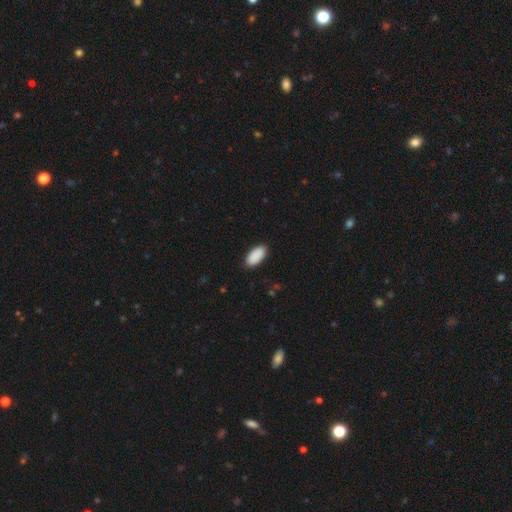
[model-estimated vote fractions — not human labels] A smooth galaxy with no disk features (91%) that is in between round and cigar-shaped (95%).

Vote fractions:
- Smooth or featured? smooth: 91% / star or artifact: 6% / featured or disk: 3%
- How rounded? in between: 95% / cigar-shaped: 4% / round: 2%
- Merging? none: 88% / minor disturbance: 9% / major disturbance: 2% / merger: 1%